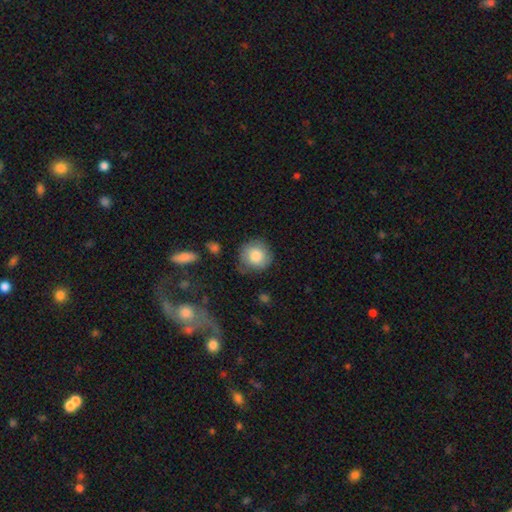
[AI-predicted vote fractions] The model was most divided on "merging": none: 76%, minor disturbance: 18%, major disturbance: 4%, merger: 2%. More confident: how rounded — round (89%); smooth or featured — smooth (81%).